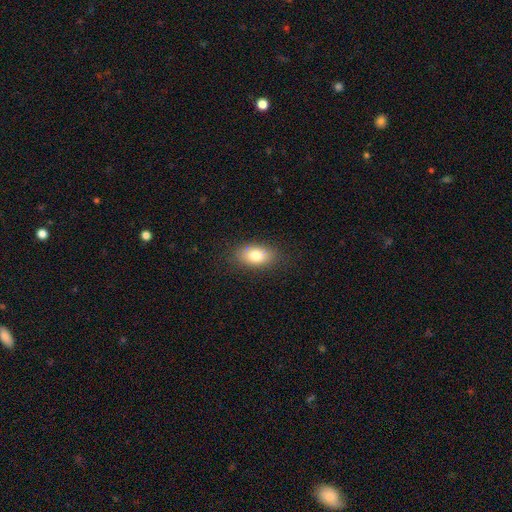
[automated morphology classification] Smooth or featured? Predicted: smooth (p=0.79). How rounded? Predicted: in between (p=0.88). Merging? Predicted: none (p=0.84).